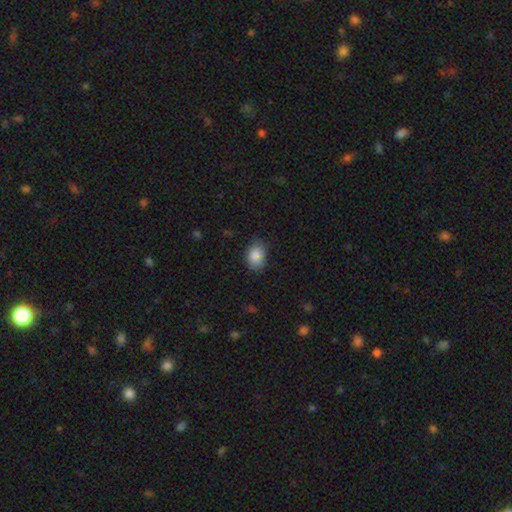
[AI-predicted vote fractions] This is clearly a smooth galaxy (83%). How rounded: likely in between (74%). Merging: likely none (68%).